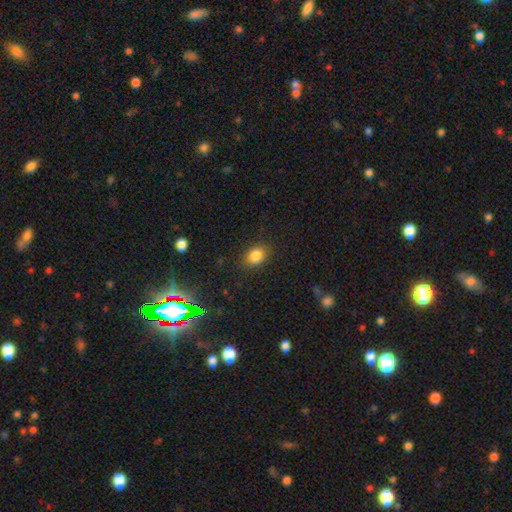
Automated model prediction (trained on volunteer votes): The model was most divided on "how rounded": in between: 61%, round: 38%, cigar-shaped: 1%. More confident: merging — none (85%); smooth or featured — smooth (83%).